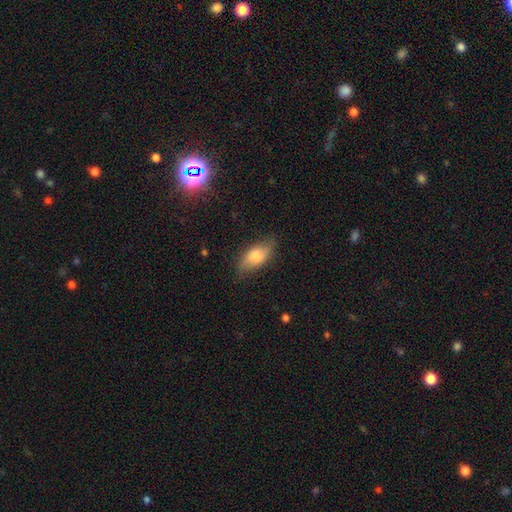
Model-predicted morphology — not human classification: smooth-or-featured: smooth: 67% | featured or disk: 26% | star or artifact: 7%
  how-rounded: in between: 82% | cigar-shaped: 14% | round: 4%
  merging: none: 75% | minor disturbance: 20% | major disturbance: 4% | merger: 1%